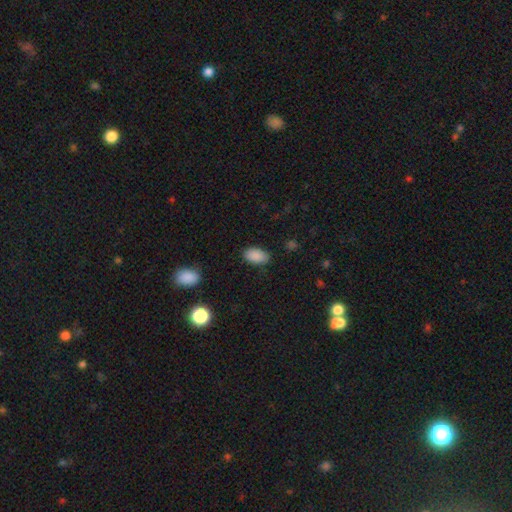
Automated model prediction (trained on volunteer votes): This is clearly a smooth galaxy (88%). How rounded: clearly in between (93%). Merging: clearly none (84%).